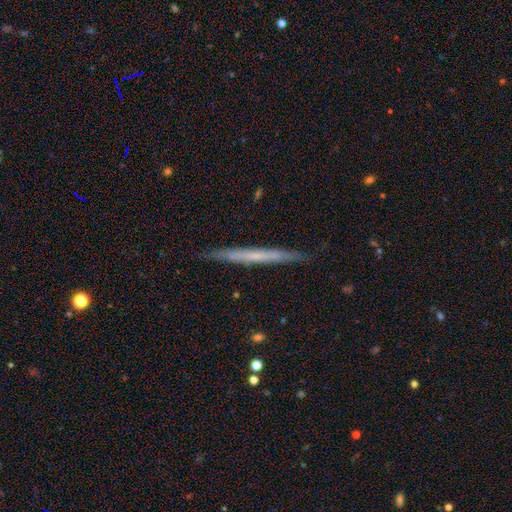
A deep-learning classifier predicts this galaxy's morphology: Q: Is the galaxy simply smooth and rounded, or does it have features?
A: featured or disk — 50%.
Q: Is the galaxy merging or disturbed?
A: none — 89%.